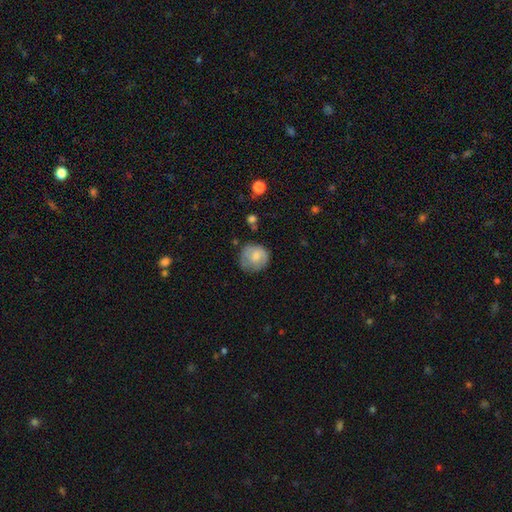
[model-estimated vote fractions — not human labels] This appears to be a smooth galaxy with no disk features (72%) that is round (85%). Merging: none (63%).